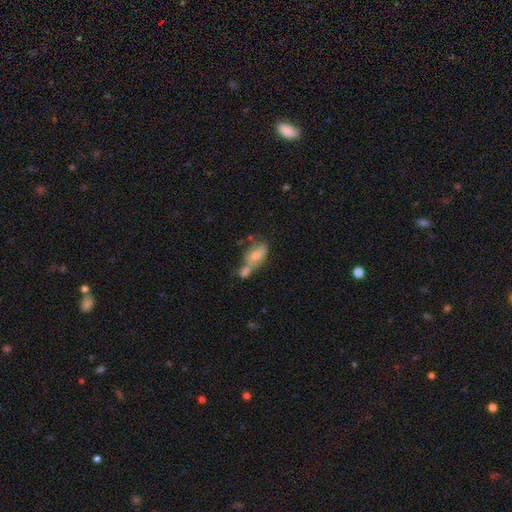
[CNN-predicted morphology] This is likely a smooth galaxy (62%). How rounded: clearly in between (85%). Merging: possibly merger (53%).